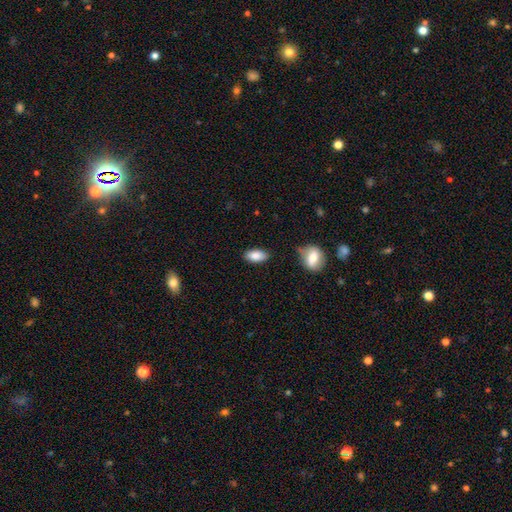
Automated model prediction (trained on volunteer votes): Morphology: type=smooth (86%); roundness=in between (90%); merging=none (82%).